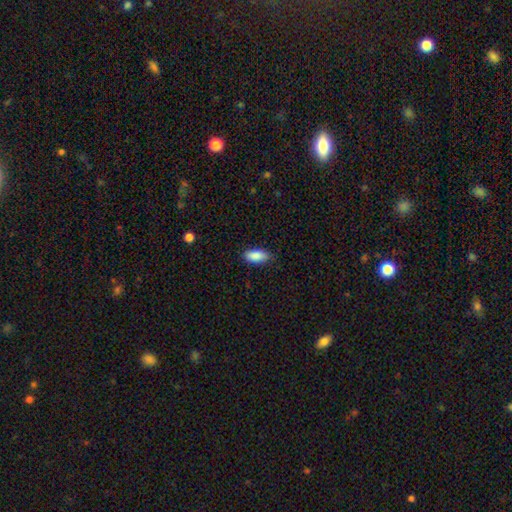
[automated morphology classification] The model was most divided on "merging": none: 85%, minor disturbance: 12%, major disturbance: 2%, merger: 1%. More confident: smooth or featured — smooth (89%); how rounded — in between (87%).